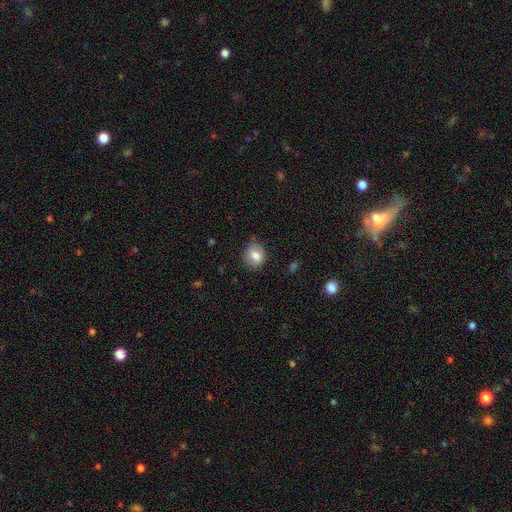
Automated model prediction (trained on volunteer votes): Smooth or featured?
  - smooth: 80% *
  - featured or disk: 11%
  - star or artifact: 9%
How rounded?
  - round: 70% *
  - in between: 29%
  - cigar-shaped: 1%
Merging?
  - none: 73% *
  - minor disturbance: 21%
  - major disturbance: 4%
  - merger: 2%